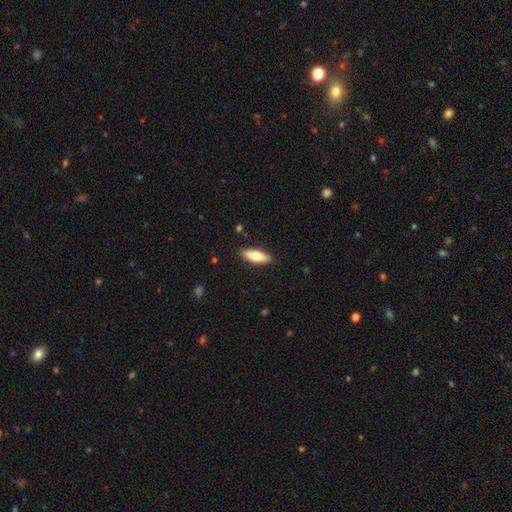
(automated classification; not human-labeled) smooth 74%, featured or disk 21%, star or artifact 6%. Down the decision tree: how rounded — in between (67%); merging — none (89%).